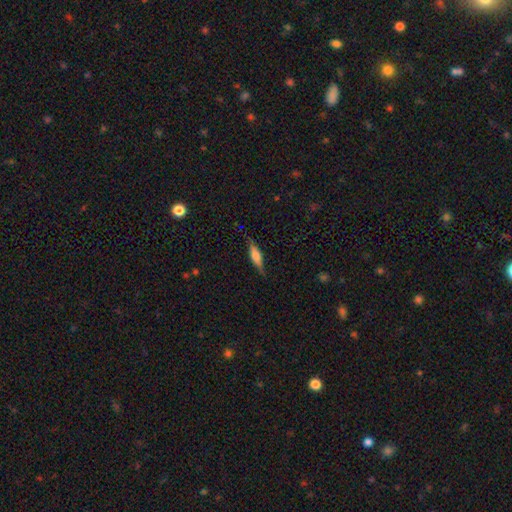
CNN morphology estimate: Q: Smooth or featured?
A: smooth (47%); runner-up: featured or disk (46%)
Q: Merging?
A: none (81%); runner-up: minor disturbance (14%)